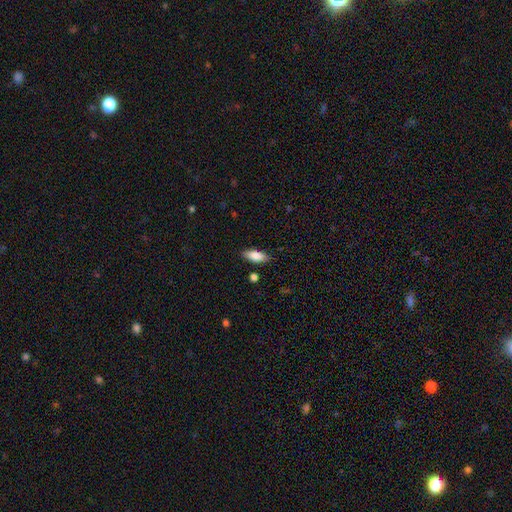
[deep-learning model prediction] Q: Smooth or featured?
A: smooth (85%); runner-up: featured or disk (9%)
Q: How rounded?
A: in between (77%); runner-up: cigar-shaped (21%)
Q: Merging?
A: none (86%); runner-up: minor disturbance (10%)